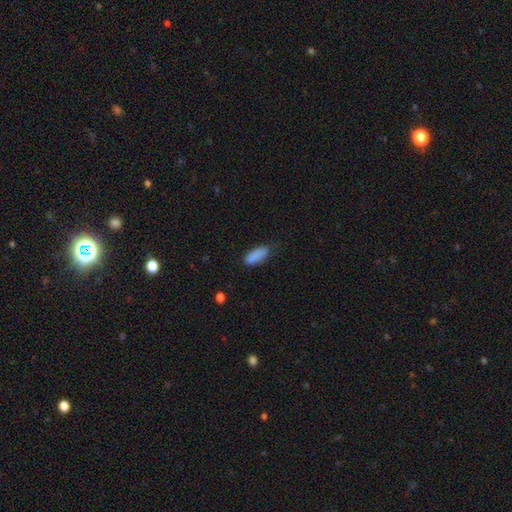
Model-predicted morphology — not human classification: smooth_or_featured: smooth (p=0.88) [alt: star or artifact p=0.07]
how_rounded: in between (p=0.76) [alt: cigar-shaped p=0.22]
merging: none (p=0.72) [alt: minor disturbance p=0.22]